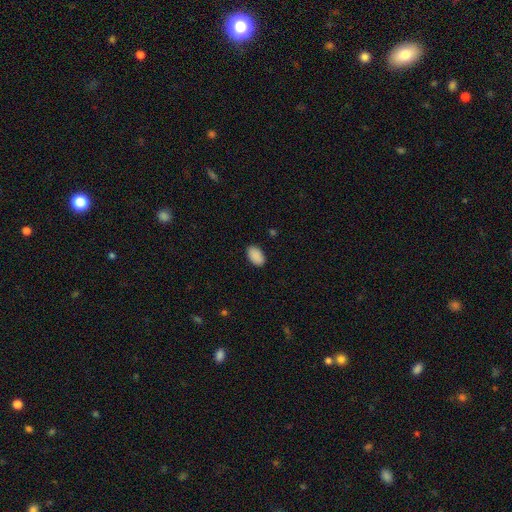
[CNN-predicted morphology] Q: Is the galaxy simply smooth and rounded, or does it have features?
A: smooth — 90%.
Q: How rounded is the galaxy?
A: in between — 93%.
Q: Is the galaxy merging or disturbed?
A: none — 89%.